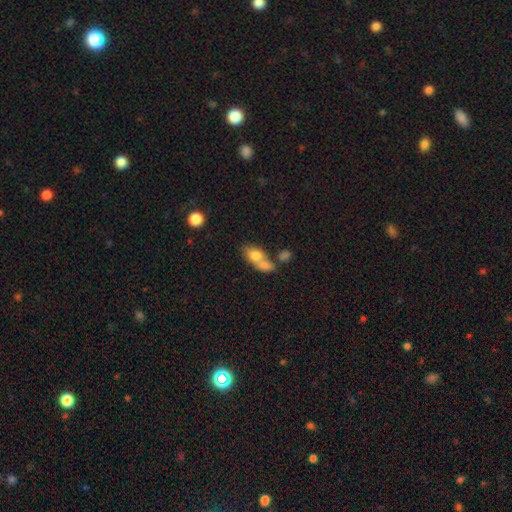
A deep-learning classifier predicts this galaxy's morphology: Q: Smooth or featured?
A: smooth (75%); runner-up: featured or disk (16%)
Q: How rounded?
A: in between (79%); runner-up: round (17%)
Q: Merging?
A: merger (61%); runner-up: none (25%)